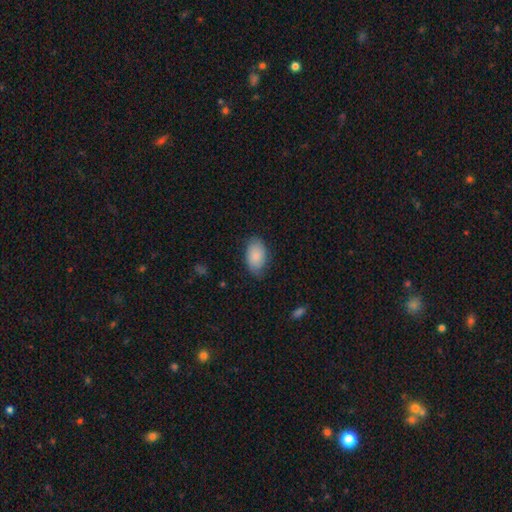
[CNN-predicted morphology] Overall: smooth (85%). How rounded: in between (91%). Merging: none (74%).